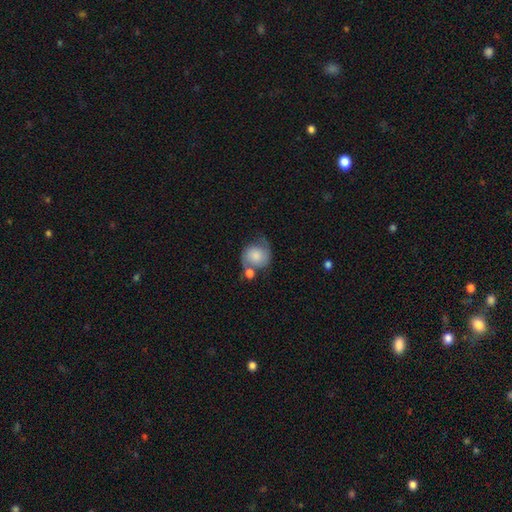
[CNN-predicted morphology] smooth_or_featured: smooth (p=0.49) [alt: featured or disk p=0.43]
merging: none (p=0.45) [alt: minor disturbance p=0.24]